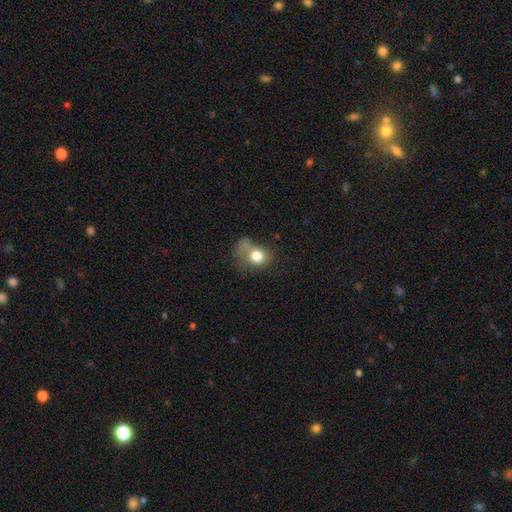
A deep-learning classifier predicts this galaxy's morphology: Q: Smooth or featured?
A: smooth (75%); runner-up: featured or disk (16%)
Q: How rounded?
A: round (58%); runner-up: in between (41%)
Q: Merging?
A: major disturbance (43%); runner-up: none (22%)